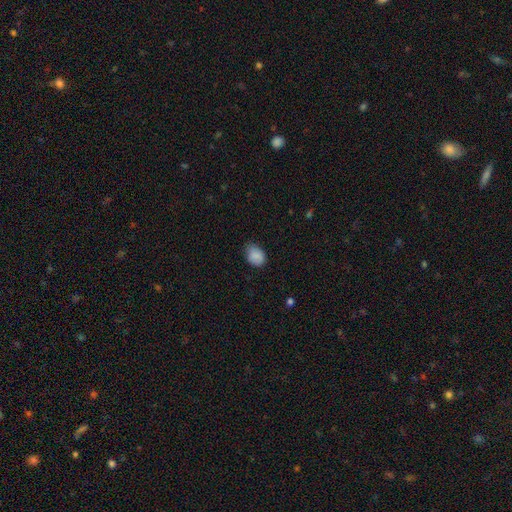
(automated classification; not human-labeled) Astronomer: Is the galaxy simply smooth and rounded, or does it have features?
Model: smooth — 88%.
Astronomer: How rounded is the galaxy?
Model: in between — 72%.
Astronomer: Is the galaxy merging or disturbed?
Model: none — 65%.